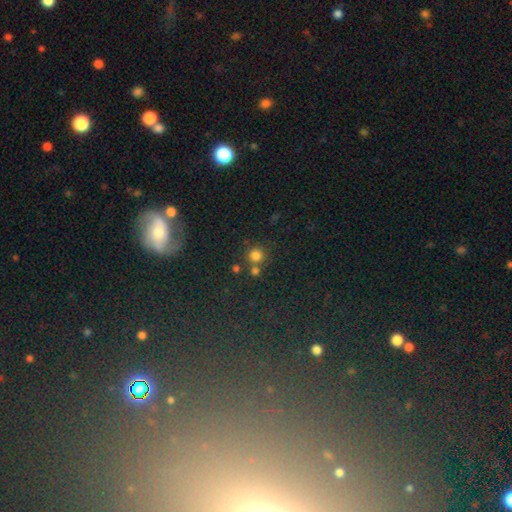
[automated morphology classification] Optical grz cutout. It shows a smooth galaxy with no disk features (76%) that is round (92%). Merging: none (66%).